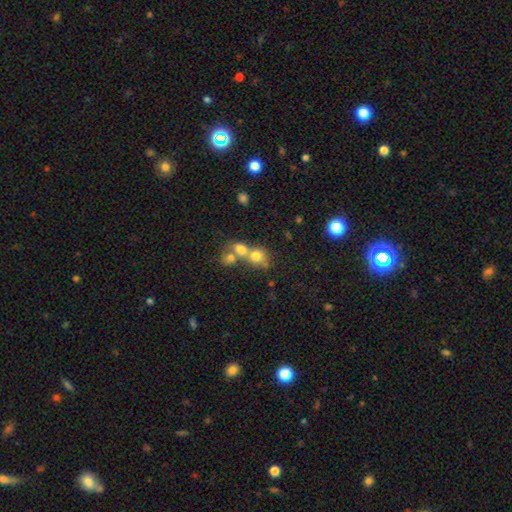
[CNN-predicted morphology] Smooth or featured? Predicted: smooth (p=0.72). How rounded? Predicted: round (p=0.73). Merging? Predicted: merger (p=0.58).